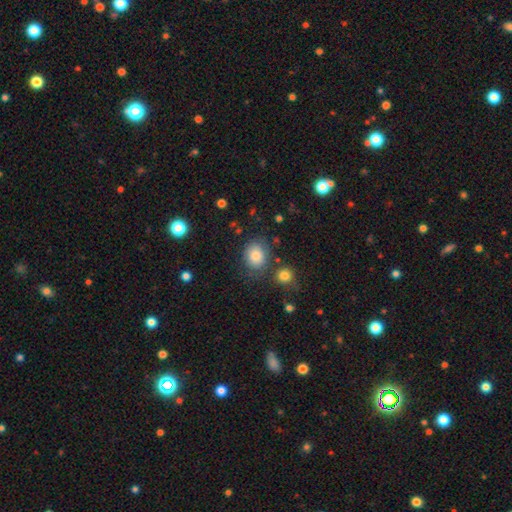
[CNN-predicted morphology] The model was most divided on "how rounded": round: 54%, in between: 45%, cigar-shaped: 1%. More confident: smooth or featured — smooth (82%); merging — none (73%).